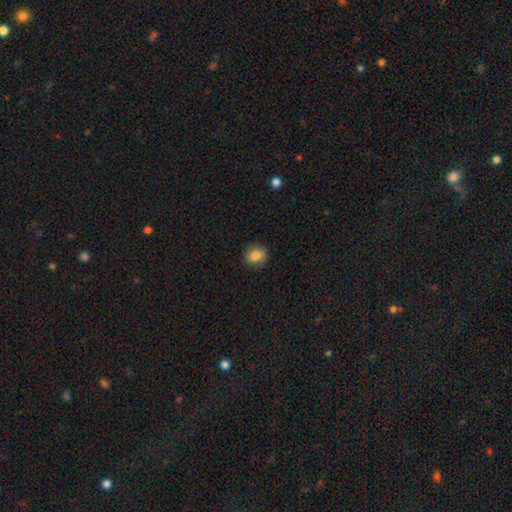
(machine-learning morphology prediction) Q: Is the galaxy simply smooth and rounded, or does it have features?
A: smooth — 84%.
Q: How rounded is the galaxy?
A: round — 66%.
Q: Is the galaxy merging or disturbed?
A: none — 84%.